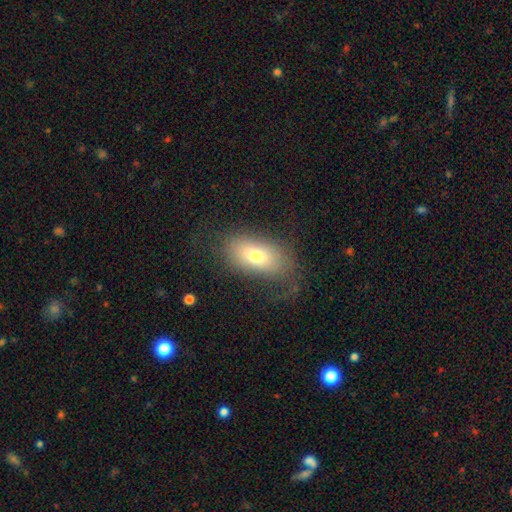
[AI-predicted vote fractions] Overall: smooth (66%). How rounded: in between (90%). Merging: none (57%; minor disturbance 22%).